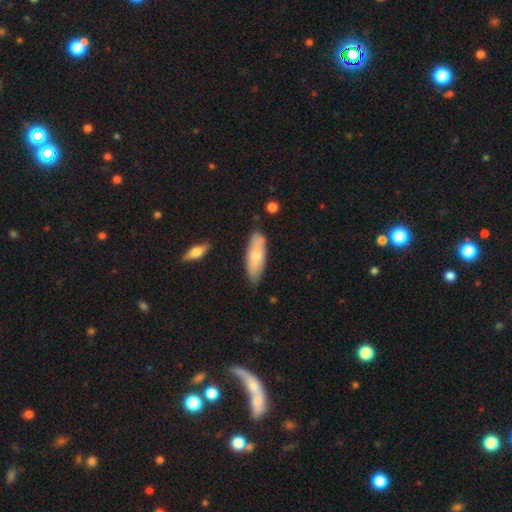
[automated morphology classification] smooth 63%, featured or disk 30%, star or artifact 6%. Down the decision tree: how rounded — in between (62%); merging — none (77%).